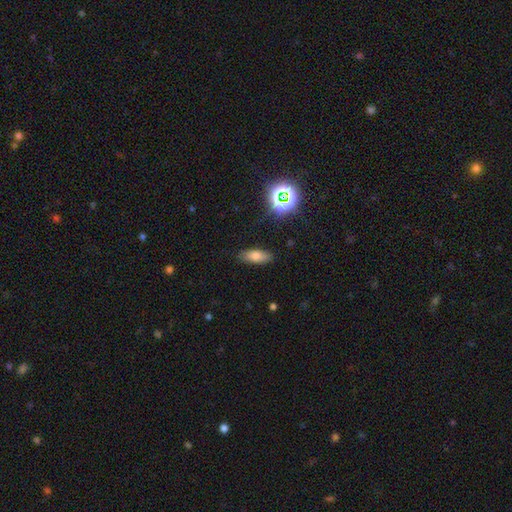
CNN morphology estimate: This appears to be a smooth galaxy with no disk features (75%) that is in between round and cigar-shaped (74%). Merging: none (85%).